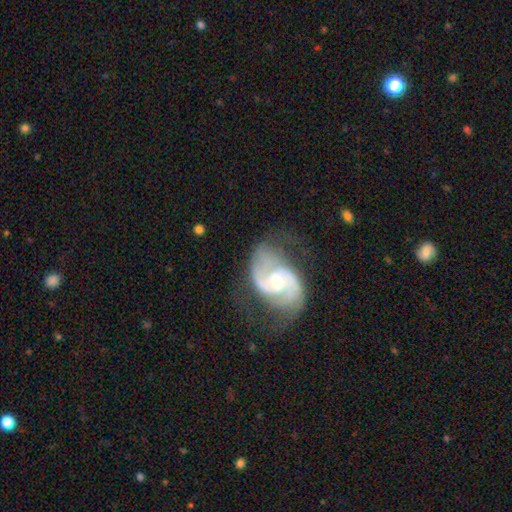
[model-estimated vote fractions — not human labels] smooth_or_featured: featured or disk (p=0.86) [alt: star or artifact p=0.08]
disk_edge_on: no (p=0.98) [alt: yes p=0.02]
bar: weak (p=0.42) [tied with: no p=0.42]
has_spiral_arms: yes (p=0.96) [alt: no p=0.04]
spiral_winding: medium (p=0.50) [alt: loose p=0.27]
spiral_arm_count: 2 (p=0.90) [alt: can't tell p=0.04]
bulge_size: moderate (p=0.54) [alt: small p=0.37]
merging: none (p=0.74) [alt: minor disturbance p=0.15]